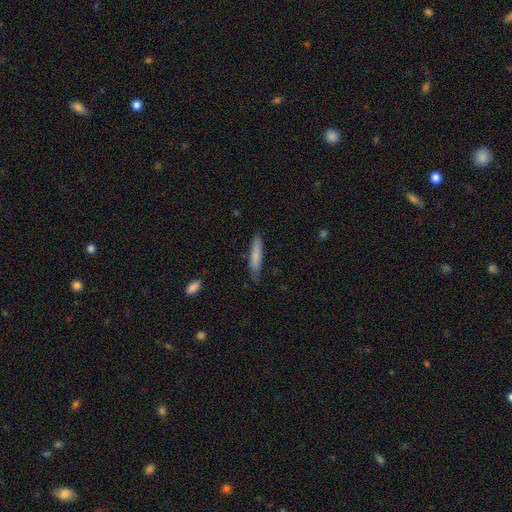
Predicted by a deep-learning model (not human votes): smooth_or_featured: smooth (p=0.75) [alt: featured or disk p=0.19]
how_rounded: cigar-shaped (p=0.89) [alt: in between p=0.10]
merging: none (p=0.81) [alt: minor disturbance p=0.15]